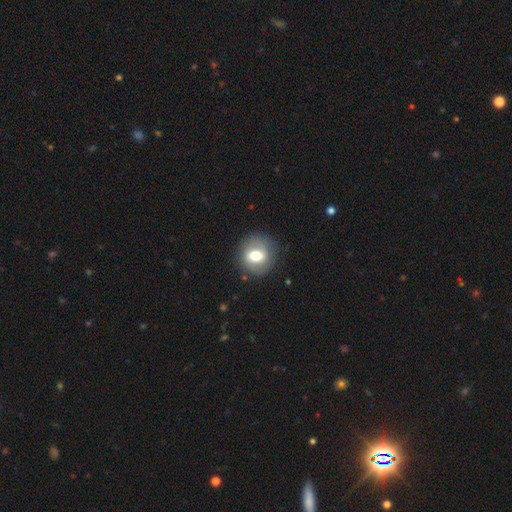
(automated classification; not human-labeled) Q: Smooth or featured?
A: smooth (63%); runner-up: featured or disk (29%)
Q: How rounded?
A: round (77%); runner-up: in between (22%)
Q: Merging?
A: none (84%); runner-up: minor disturbance (11%)